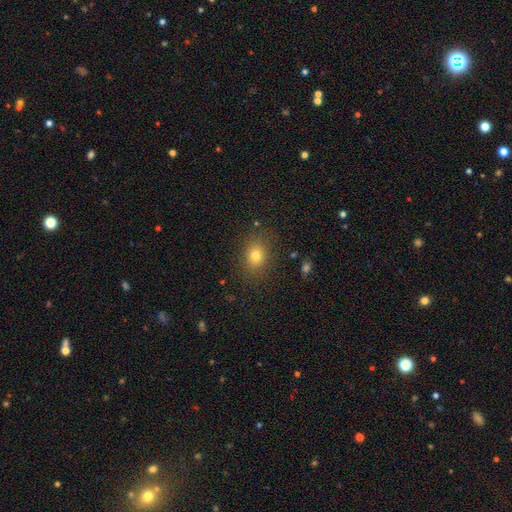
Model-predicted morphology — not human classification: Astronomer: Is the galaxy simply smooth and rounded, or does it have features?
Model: smooth — 76%.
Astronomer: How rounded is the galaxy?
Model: in between — 54% (runner-up: round, 45%).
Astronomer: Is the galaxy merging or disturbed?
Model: none — 84%.